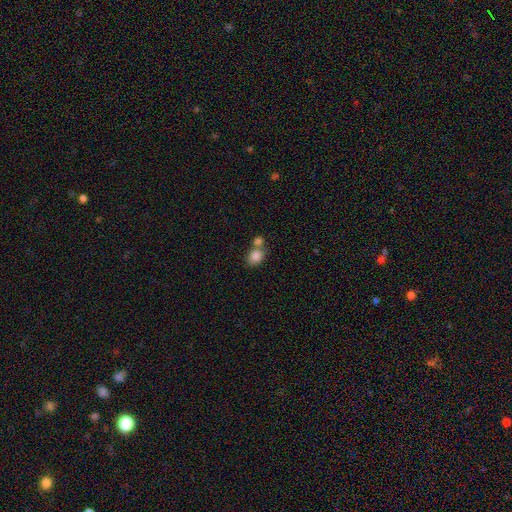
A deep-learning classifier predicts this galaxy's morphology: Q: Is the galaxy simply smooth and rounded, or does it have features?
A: smooth — 84%.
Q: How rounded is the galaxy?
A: in between — 54%.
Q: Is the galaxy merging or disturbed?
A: none — 46%.